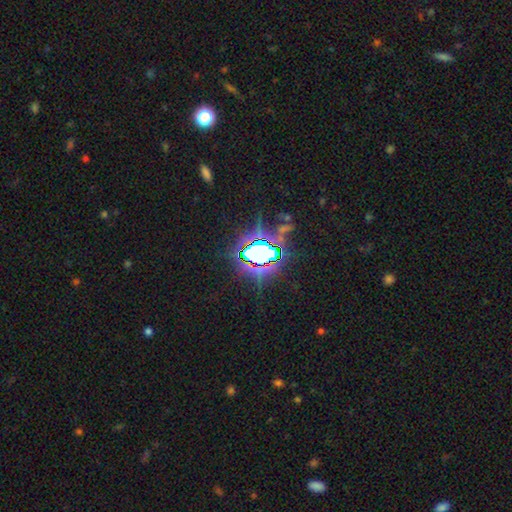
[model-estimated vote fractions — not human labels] Morphology: type=star or artifact (78%).